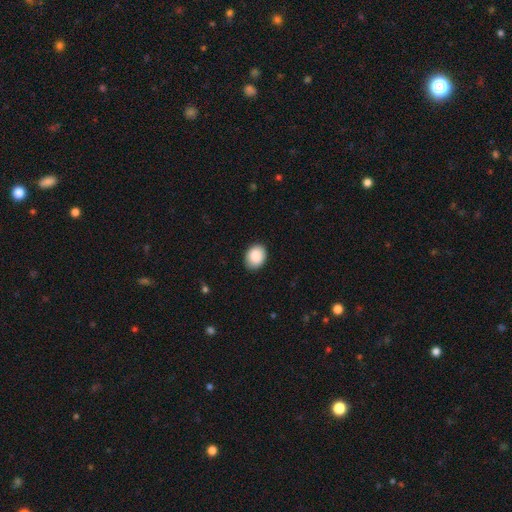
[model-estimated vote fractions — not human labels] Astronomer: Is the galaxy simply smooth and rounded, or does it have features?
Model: smooth — 88%.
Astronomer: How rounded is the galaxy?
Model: in between — 62%.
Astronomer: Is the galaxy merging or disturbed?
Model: none — 87%.